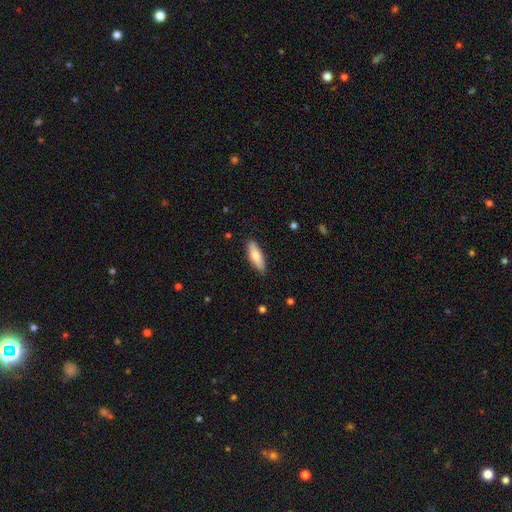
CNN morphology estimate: smooth 81%, featured or disk 13%, star or artifact 6%. Down the decision tree: how rounded — in between (55%); merging — none (87%).